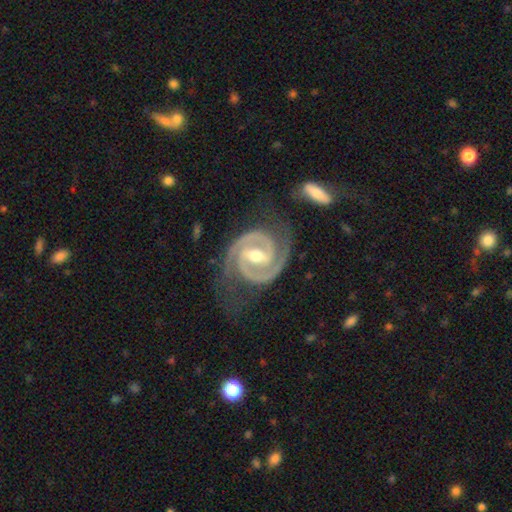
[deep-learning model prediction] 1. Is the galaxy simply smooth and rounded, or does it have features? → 94% featured or disk, 3% star or artifact, 2% smooth.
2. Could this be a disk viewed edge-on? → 98% no, 2% yes.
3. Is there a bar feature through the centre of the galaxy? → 46% strong, 38% weak, 16% no.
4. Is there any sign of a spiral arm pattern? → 99% yes, 1% no.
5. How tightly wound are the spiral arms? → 64% tight, 32% medium, 4% loose.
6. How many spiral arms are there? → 94% 2, 2% 3, 1% can't tell, 1% 1, 1% 4, 1% more than 4.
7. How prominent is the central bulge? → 71% moderate, 23% small, 4% large, 1% none, 1% dominant.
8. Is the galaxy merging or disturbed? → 72% none, 18% minor disturbance, 7% major disturbance, 3% merger.